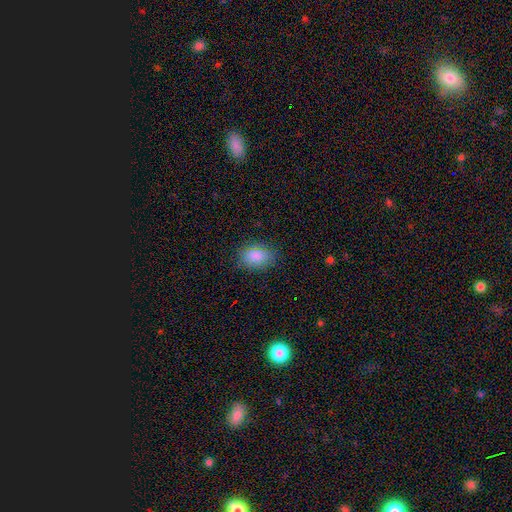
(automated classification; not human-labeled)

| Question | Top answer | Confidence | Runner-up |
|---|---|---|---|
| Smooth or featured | smooth | 86% | star or artifact (8%) |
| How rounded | in between | 76% | round (22%) |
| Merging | none | 82% | minor disturbance (13%) |